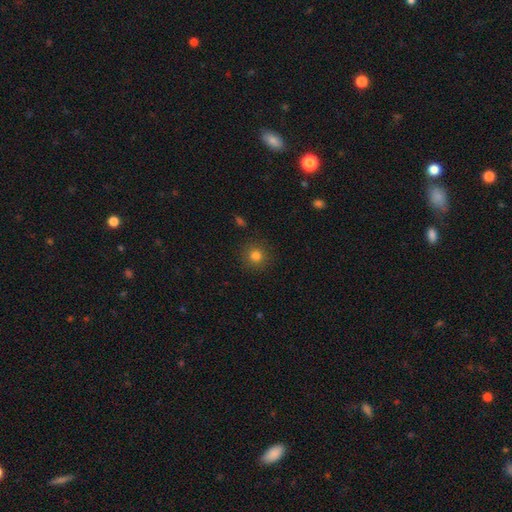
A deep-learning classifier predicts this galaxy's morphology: Smooth or featured? Predicted: smooth (p=0.81). How rounded? Predicted: round (p=0.93). Merging? Predicted: none (p=0.90).